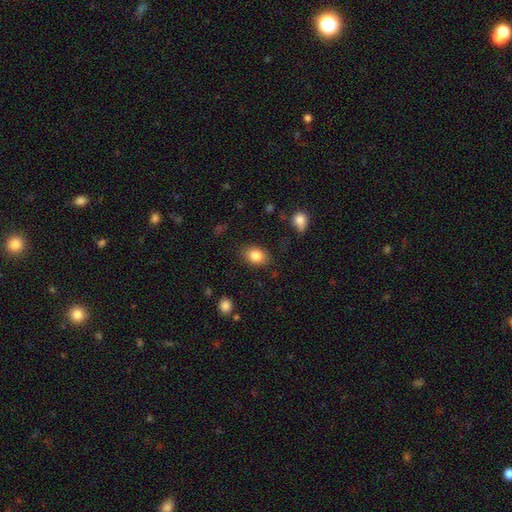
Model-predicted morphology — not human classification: Smooth or featured? smooth (85%)
How rounded? in between (75%)
Merging? none (82%)